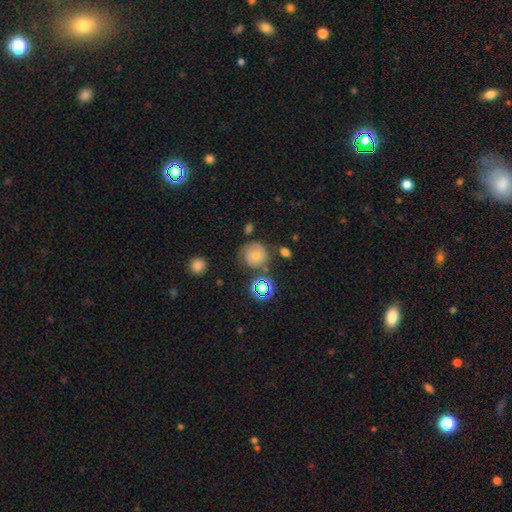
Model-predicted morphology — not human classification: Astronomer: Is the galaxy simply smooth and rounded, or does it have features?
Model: smooth — 51% (runner-up: featured or disk, 34%).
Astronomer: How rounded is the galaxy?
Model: round — 86%.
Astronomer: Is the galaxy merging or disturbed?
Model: none — 57%.